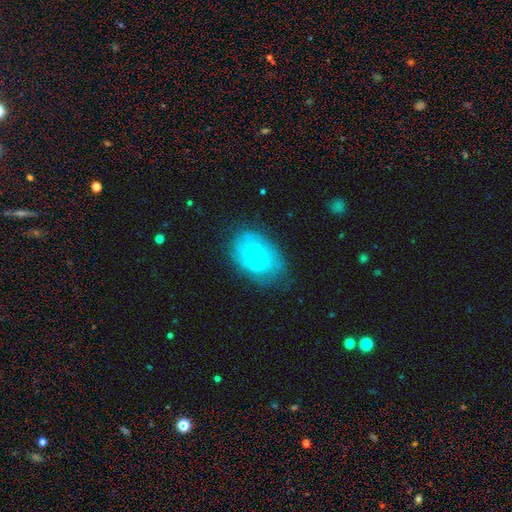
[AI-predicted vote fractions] Q: Smooth or featured?
A: featured or disk (68%); runner-up: smooth (24%)
Q: Edge-on disk?
A: no (97%); runner-up: yes (3%)
Q: Bar?
A: weak (49%); runner-up: no (35%)
Q: Spiral arms?
A: yes (86%); runner-up: no (14%)
Q: Spiral winding?
A: medium (41%); runner-up: tight (34%)
Q: Spiral arm count?
A: 2 (48%); runner-up: can't tell (29%)
Q: Bulge size?
A: none (48%); runner-up: small (39%)
Q: Merging?
A: none (66%); runner-up: minor disturbance (21%)